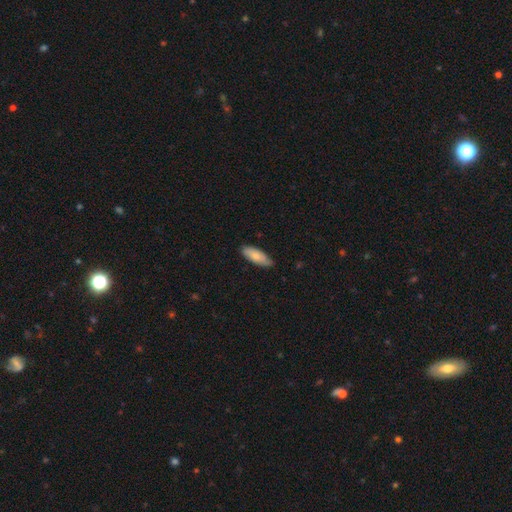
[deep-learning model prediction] Morphology: type=smooth (78%); roundness=in between (71%); merging=none (79%).